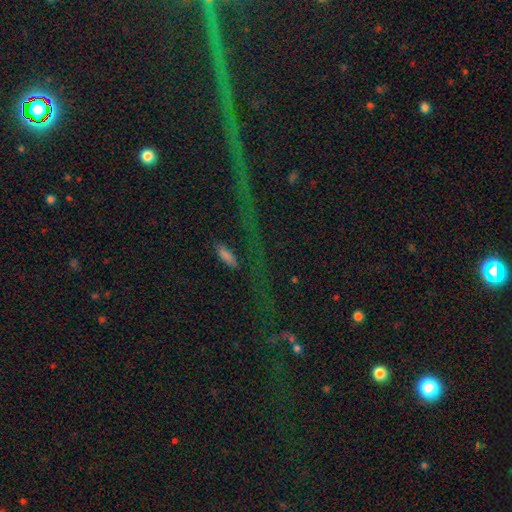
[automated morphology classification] A star or artifact, not a galaxy (78%).